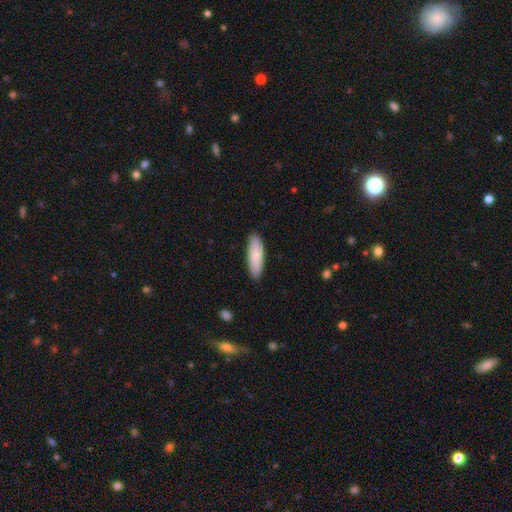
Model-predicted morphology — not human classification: Smooth or featured: smooth — 85% (featured or disk — 10%)
How rounded: cigar-shaped — 50% (in between — 48%)
Merging: none — 88% (minor disturbance — 9%)